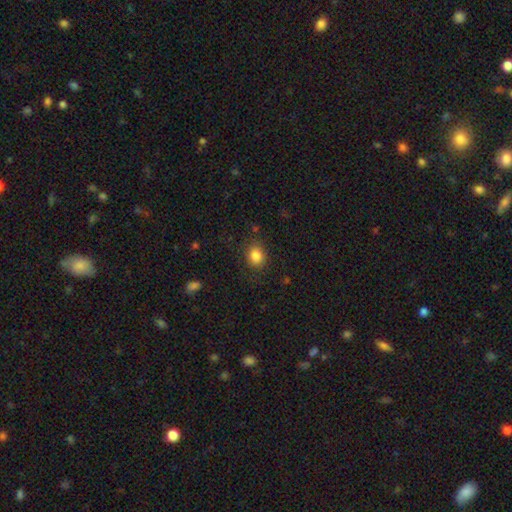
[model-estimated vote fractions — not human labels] A smooth galaxy with no disk features (85%) that is round (63%). Merging: none (81%).